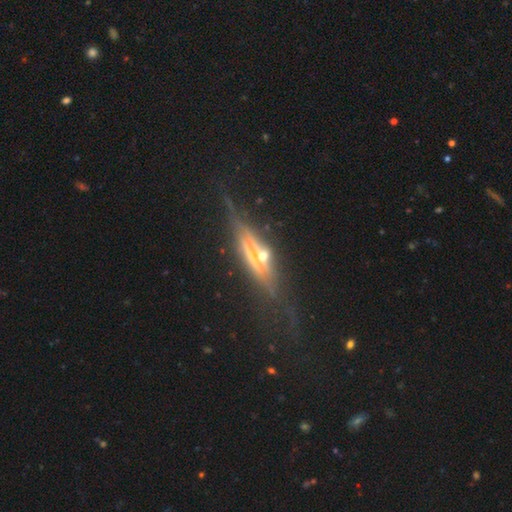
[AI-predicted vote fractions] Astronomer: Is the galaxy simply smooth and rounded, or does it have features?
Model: featured or disk — 74%.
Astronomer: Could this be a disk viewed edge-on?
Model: yes — 87%.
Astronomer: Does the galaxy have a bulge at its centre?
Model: rounded — 78%.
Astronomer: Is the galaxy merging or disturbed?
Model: none — 65%.